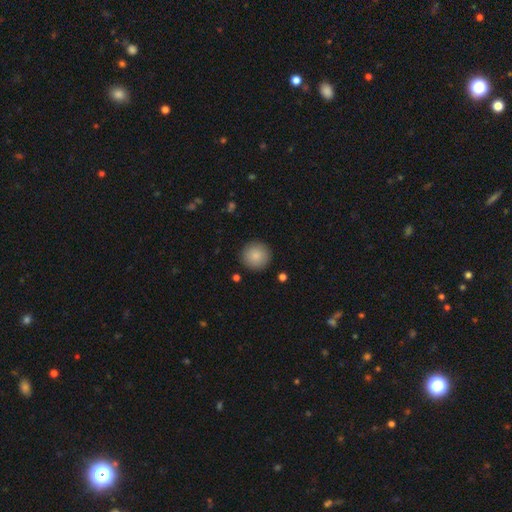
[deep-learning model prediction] smooth_or_featured: smooth (p=0.87) [alt: star or artifact p=0.08]
how_rounded: round (p=0.95) [alt: in between p=0.04]
merging: none (p=0.91) [alt: minor disturbance p=0.06]